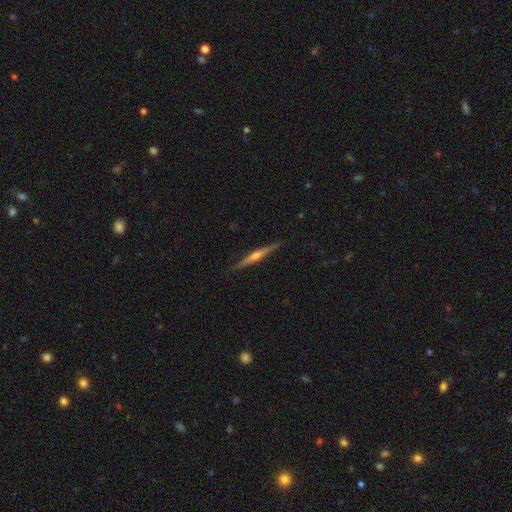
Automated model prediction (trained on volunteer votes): A featured or disk galaxy (78%) viewed edge-on (98%) with a rounded central bulge (85%). Merging: none (90%).